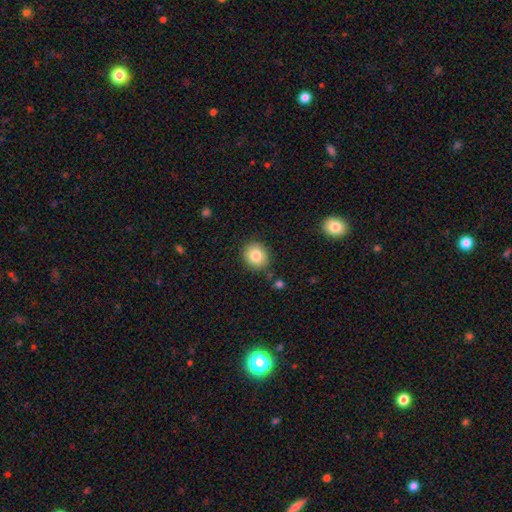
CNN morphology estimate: smooth 83%, star or artifact 9%, featured or disk 8%. Down the decision tree: how rounded — round (72%); merging — none (85%).